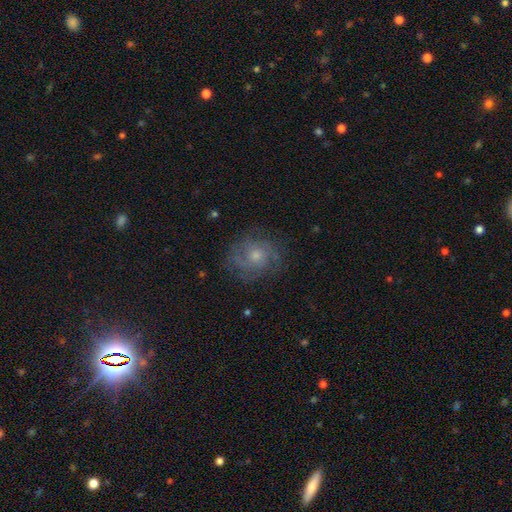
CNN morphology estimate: type=featured or disk (65%); edge-on=no (97%); bar=no (79%); spiral arms=yes (86%); winding=tight (49%); arm count=can't tell (38%); bulge=moderate (49%); merging=none (74%).